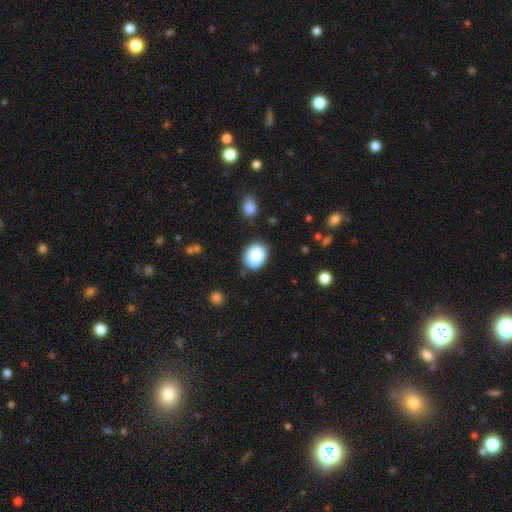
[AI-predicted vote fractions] Smooth or featured?
  - smooth: 86% *
  - star or artifact: 8%
  - featured or disk: 6%
How rounded?
  - round: 50% *
  - in between: 49%
  - cigar-shaped: 1%
Merging?
  - none: 77% *
  - minor disturbance: 15%
  - merger: 4%
  - major disturbance: 4%